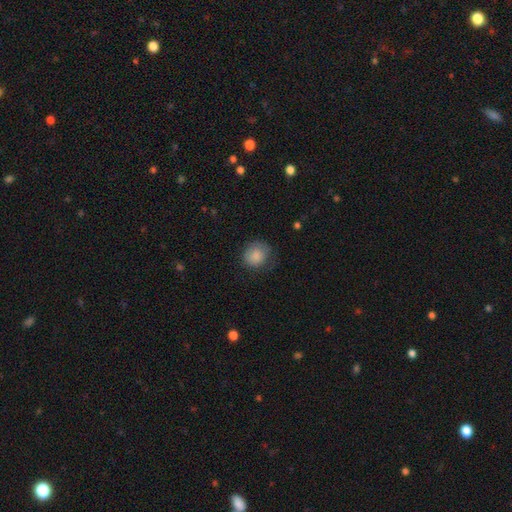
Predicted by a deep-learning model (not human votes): A smooth galaxy with no disk features (85%) that is round (79%). Merging: none (69%).